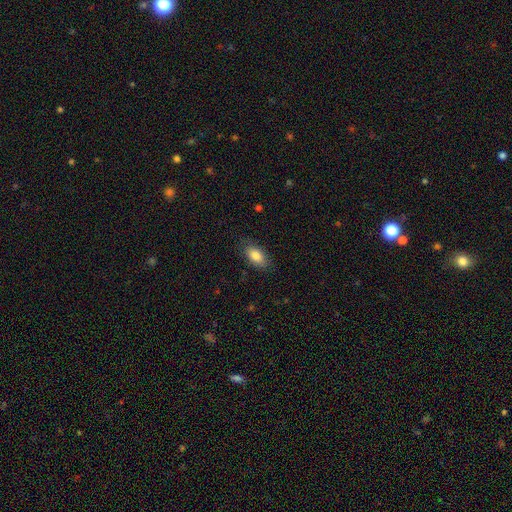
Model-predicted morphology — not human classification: Smooth or featured? smooth (84%)
How rounded? in between (92%)
Merging? none (82%)